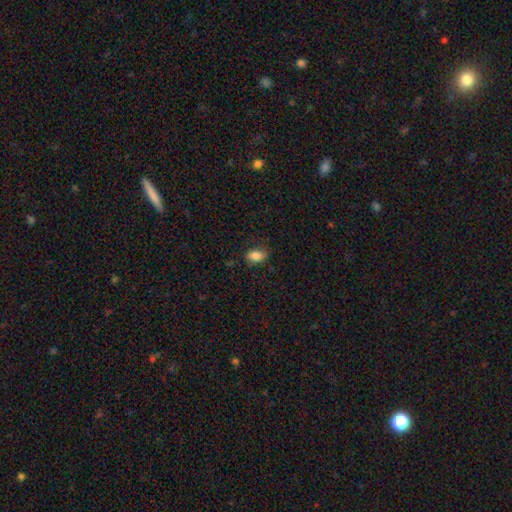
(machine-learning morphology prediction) Smooth or featured?
  - smooth: 84% *
  - star or artifact: 9%
  - featured or disk: 7%
How rounded?
  - in between: 84% *
  - round: 14%
  - cigar-shaped: 2%
Merging?
  - none: 73% *
  - minor disturbance: 20%
  - major disturbance: 5%
  - merger: 1%